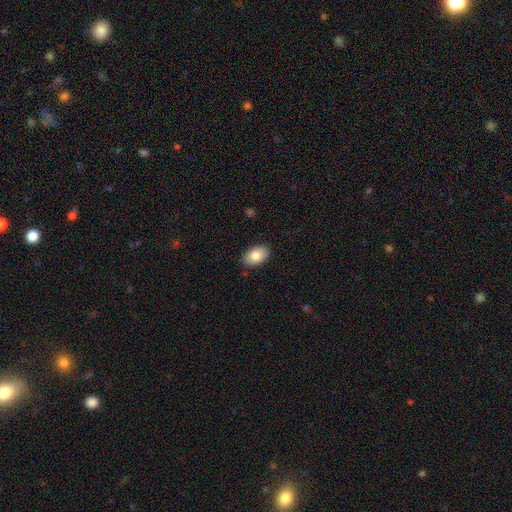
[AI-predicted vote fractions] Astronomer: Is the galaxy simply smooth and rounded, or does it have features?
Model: smooth — 83%.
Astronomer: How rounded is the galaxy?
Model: in between — 92%.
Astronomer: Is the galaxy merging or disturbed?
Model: none — 88%.